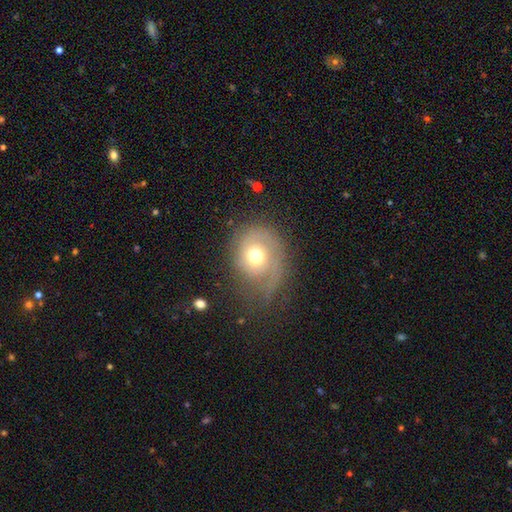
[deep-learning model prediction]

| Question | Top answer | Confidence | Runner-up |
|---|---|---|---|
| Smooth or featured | smooth | 49% | featured or disk (40%) |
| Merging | none | 47% | minor disturbance (27%) |